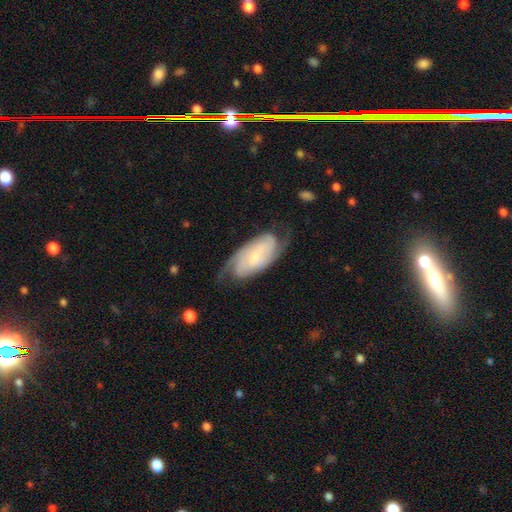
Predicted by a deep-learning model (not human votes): Smooth or featured: featured or disk — 74% (smooth — 20%)
Edge-on disk: no — 94% (yes — 6%)
Bar: no — 46% (weak — 39%)
Spiral arms: yes — 94% (no — 6%)
Spiral winding: tight — 46% (medium — 39%)
Spiral arm count: 2 — 73% (can't tell — 15%)
Bulge size: small — 57% (moderate — 21%)
Merging: none — 68% (minor disturbance — 21%)